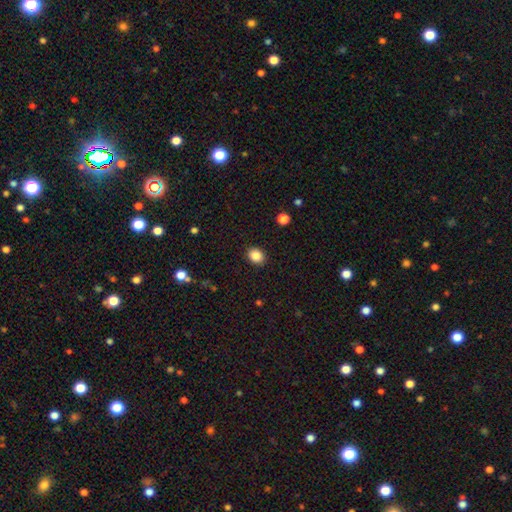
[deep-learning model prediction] This appears to be a smooth galaxy with no disk features (87%) that is round (59%). Merging: none (91%).